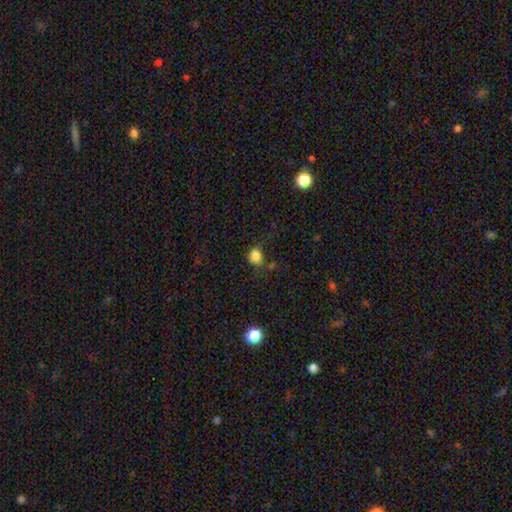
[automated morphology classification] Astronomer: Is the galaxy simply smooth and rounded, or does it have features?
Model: smooth — 82%.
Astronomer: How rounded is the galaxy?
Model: round — 62%.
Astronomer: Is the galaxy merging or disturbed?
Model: none — 56%.